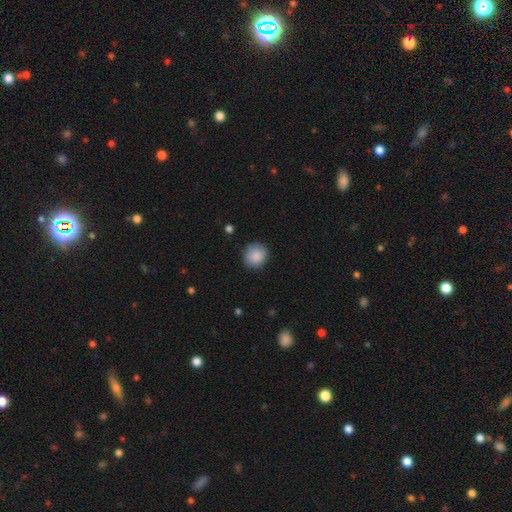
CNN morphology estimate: Overall: smooth (88%). How rounded: round (88%). Merging: none (85%).